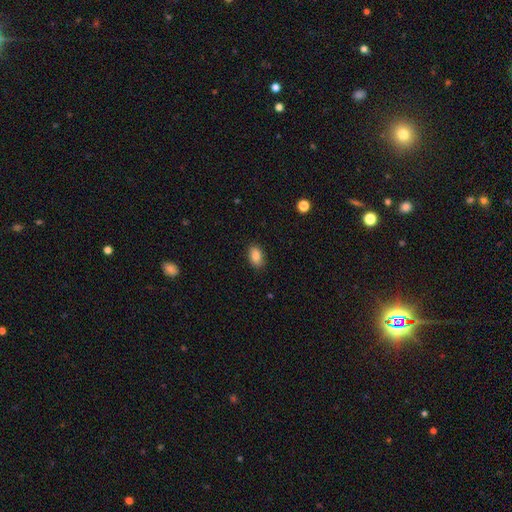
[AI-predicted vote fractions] smooth_or_featured: smooth (p=0.85) [alt: star or artifact p=0.08]
how_rounded: in between (p=0.89) [alt: round p=0.09]
merging: none (p=0.87) [alt: minor disturbance p=0.10]